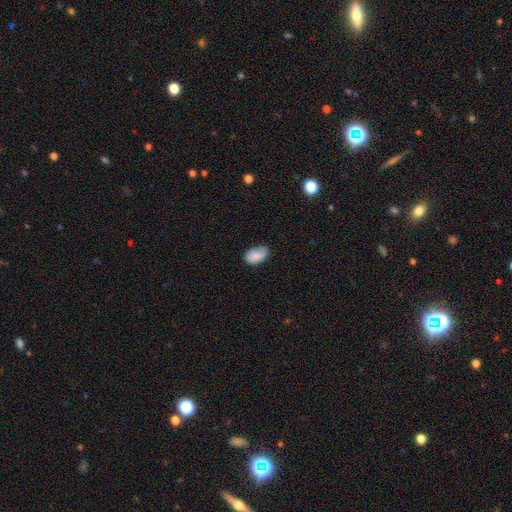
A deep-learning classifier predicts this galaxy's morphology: Smooth or featured?
  - smooth: 83% *
  - featured or disk: 9%
  - star or artifact: 8%
How rounded?
  - in between: 90% *
  - round: 8%
  - cigar-shaped: 1%
Merging?
  - none: 69% *
  - minor disturbance: 24%
  - major disturbance: 5%
  - merger: 1%